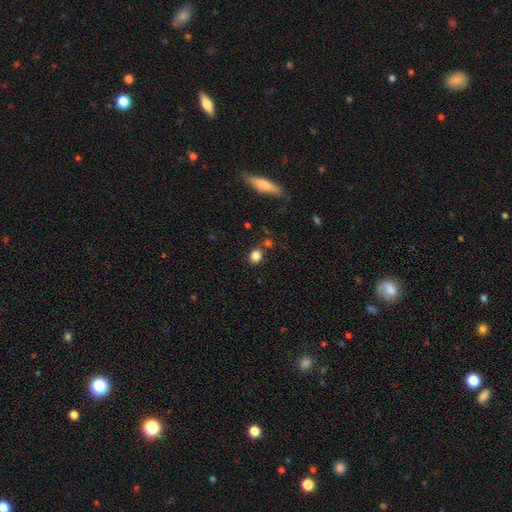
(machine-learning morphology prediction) type=smooth (83%); roundness=round (58%); merging=none (77%).